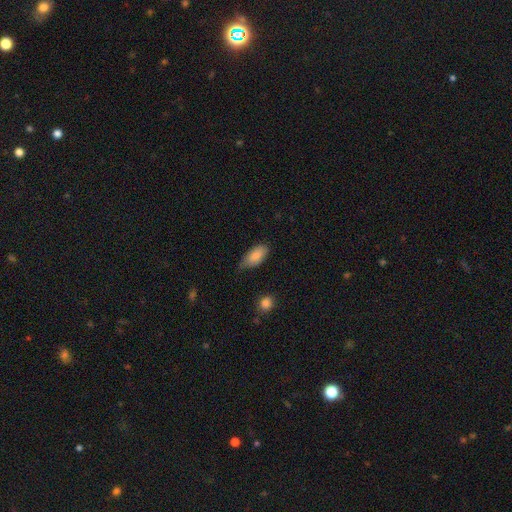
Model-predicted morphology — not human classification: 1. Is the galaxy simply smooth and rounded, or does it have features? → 83% smooth, 10% featured or disk, 6% star or artifact.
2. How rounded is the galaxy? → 90% in between, 7% cigar-shaped, 3% round.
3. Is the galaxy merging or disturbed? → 56% none, 36% minor disturbance, 6% major disturbance, 2% merger.